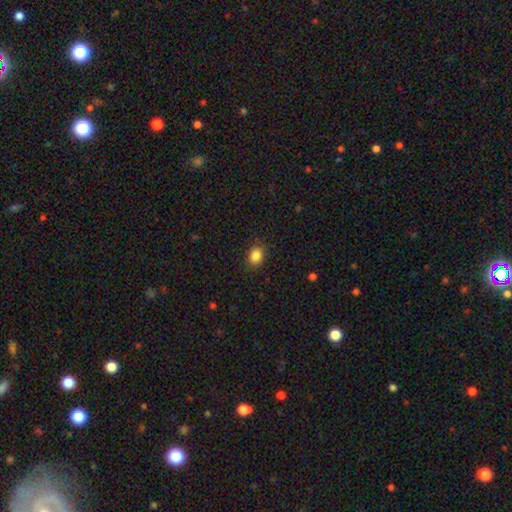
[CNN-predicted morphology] smooth 86%, star or artifact 10%, featured or disk 4%. Down the decision tree: how rounded — in between (50%); merging — none (88%).